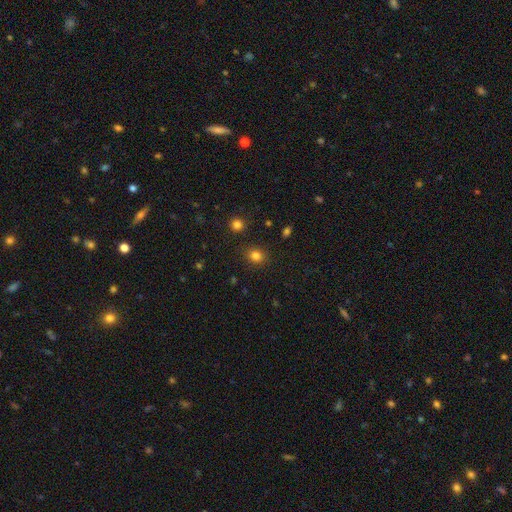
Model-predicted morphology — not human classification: Smooth or featured? Predicted: smooth (p=0.81). How rounded? Predicted: round (p=0.69). Merging? Predicted: none (p=0.87).